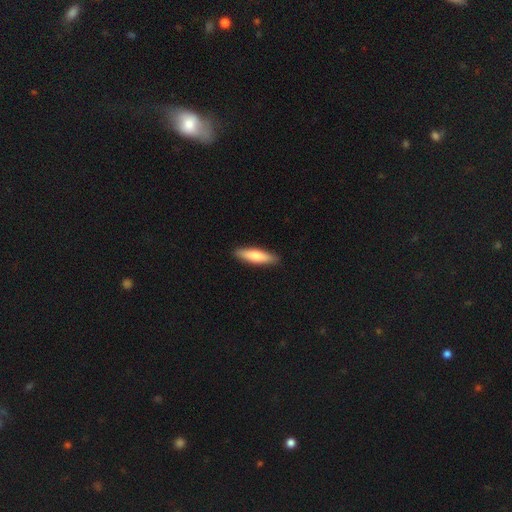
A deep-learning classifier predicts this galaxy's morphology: Overall: smooth (75%). How rounded: cigar-shaped (69%). Merging: none (90%).